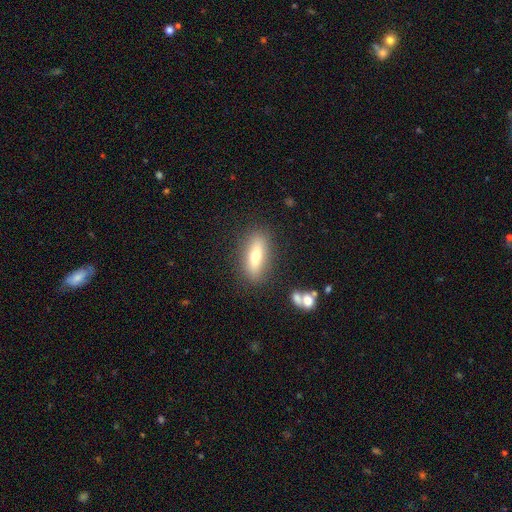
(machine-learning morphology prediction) A smooth galaxy with no disk features (61%) that is in between round and cigar-shaped (61%).

Vote fractions:
- Smooth or featured? smooth: 61% / featured or disk: 31% / star or artifact: 8%
- How rounded? in between: 61% / cigar-shaped: 34% / round: 5%
- Merging? none: 84% / minor disturbance: 10% / major disturbance: 3% / merger: 3%